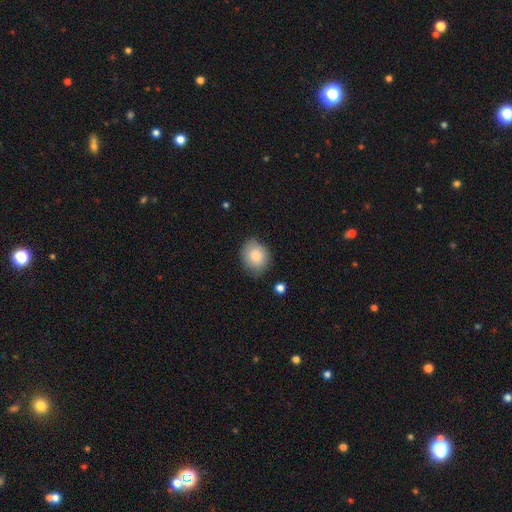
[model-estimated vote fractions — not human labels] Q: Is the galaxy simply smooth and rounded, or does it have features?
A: smooth — 84%.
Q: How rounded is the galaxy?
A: round — 56%.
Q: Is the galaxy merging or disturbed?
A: none — 77%.